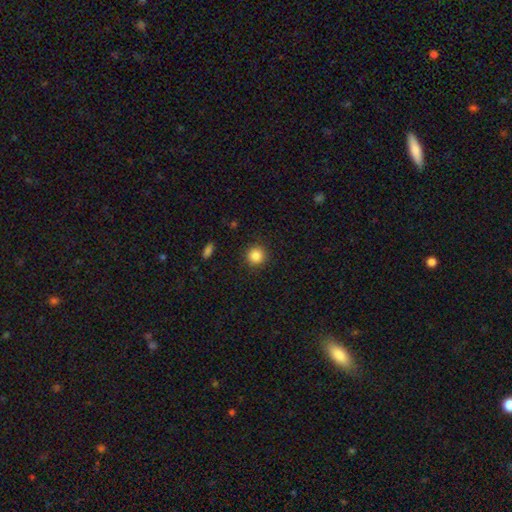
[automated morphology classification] Q: Smooth or featured?
A: smooth (86%); runner-up: star or artifact (10%)
Q: How rounded?
A: round (94%); runner-up: in between (5%)
Q: Merging?
A: none (91%); runner-up: minor disturbance (6%)